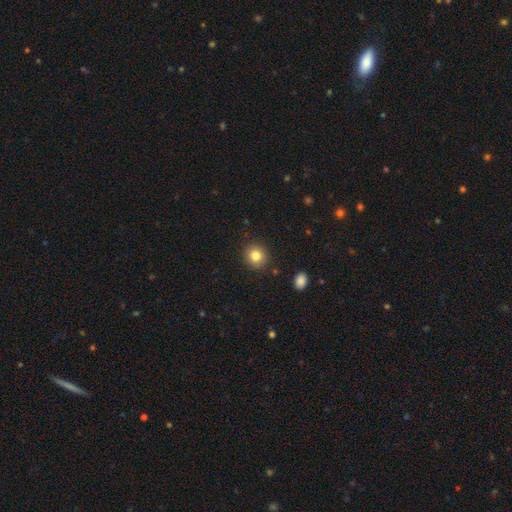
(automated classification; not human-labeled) Smooth or featured? smooth (82%)
How rounded? round (89%)
Merging? none (89%)